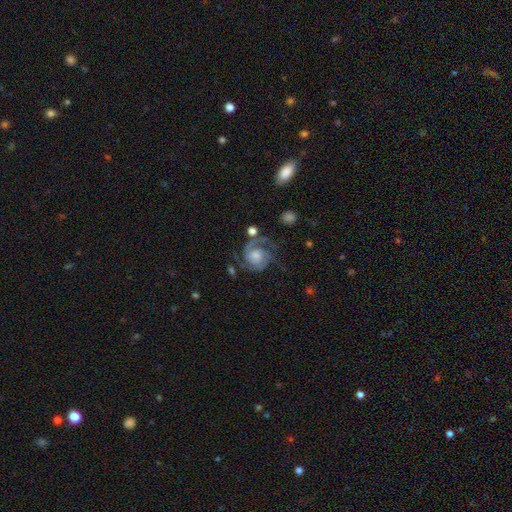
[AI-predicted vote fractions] Smooth or featured: featured or disk — 80% (smooth — 13%)
Edge-on disk: no — 98% (yes — 2%)
Bar: no — 67% (weak — 28%)
Spiral arms: yes — 95% (no — 5%)
Spiral winding: tight — 44% (medium — 43%)
Spiral arm count: 2 — 64% (can't tell — 11%)
Bulge size: moderate — 36% (large — 24%)
Merging: none — 53% (major disturbance — 21%)